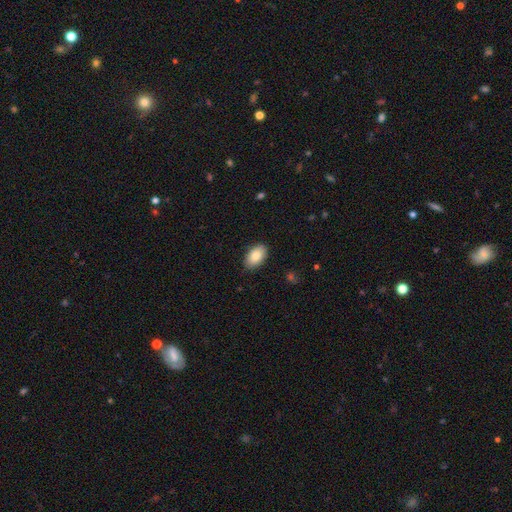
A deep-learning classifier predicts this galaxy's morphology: A smooth galaxy with no disk features (86%) that is in between round and cigar-shaped (94%).

Vote fractions:
- Smooth or featured? smooth: 86% / featured or disk: 8% / star or artifact: 7%
- How rounded? in between: 94% / round: 5% / cigar-shaped: 1%
- Merging? none: 87% / minor disturbance: 10% / major disturbance: 2% / merger: 1%